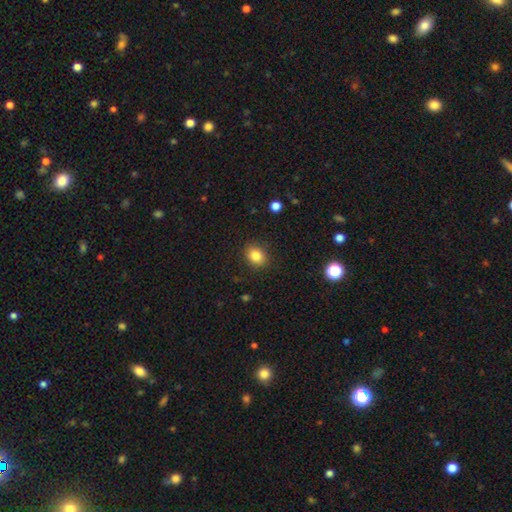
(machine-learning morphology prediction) smooth 83%, star or artifact 10%, featured or disk 6%. Down the decision tree: how rounded — round (53%); merging — none (85%).